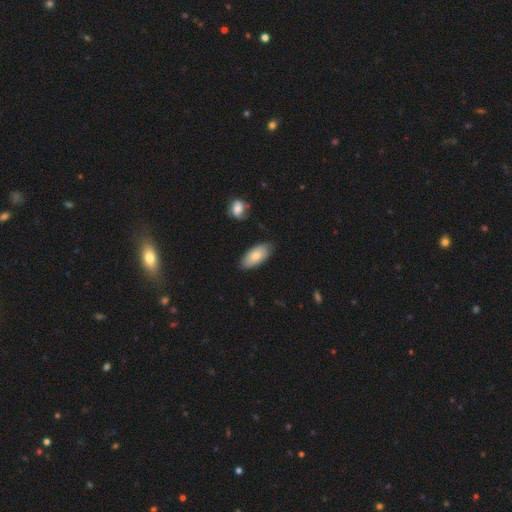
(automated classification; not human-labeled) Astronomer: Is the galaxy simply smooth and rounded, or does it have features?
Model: smooth — 78%.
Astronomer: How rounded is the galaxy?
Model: in between — 92%.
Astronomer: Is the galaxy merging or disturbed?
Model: none — 81%.